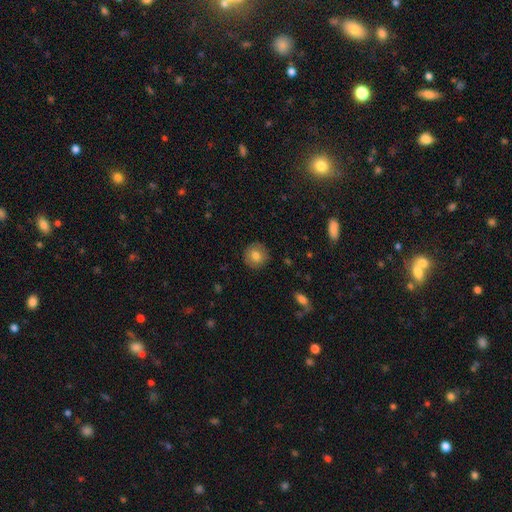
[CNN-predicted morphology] The model was most divided on "smooth or featured": smooth: 77%, featured or disk: 14%, star or artifact: 9%. More confident: how rounded — round (93%); merging — none (89%).